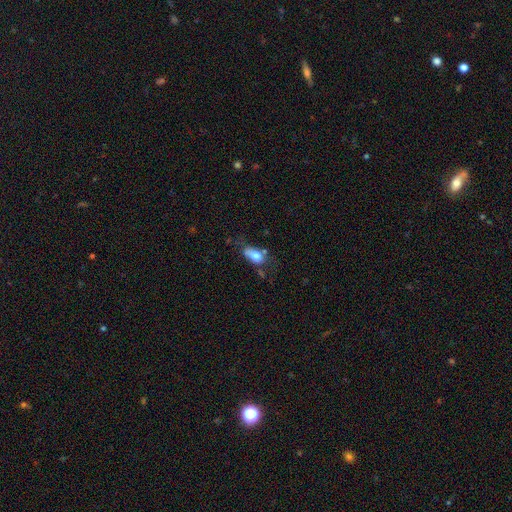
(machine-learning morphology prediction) This appears to be a smooth galaxy with no disk features (71%) that is in between round and cigar-shaped (81%). Merging: none (32%).